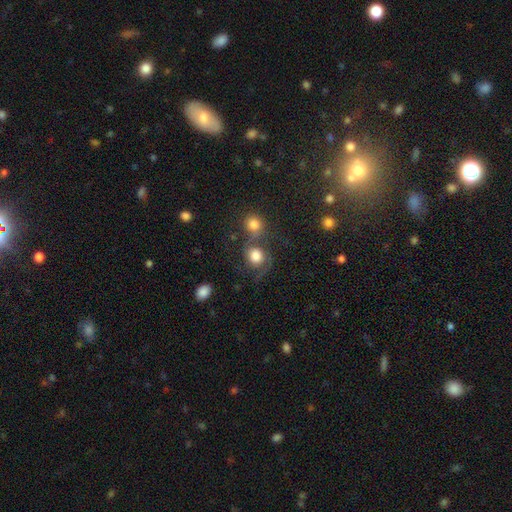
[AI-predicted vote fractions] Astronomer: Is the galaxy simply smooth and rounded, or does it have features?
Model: smooth — 68%.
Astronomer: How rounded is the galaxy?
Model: round — 77%.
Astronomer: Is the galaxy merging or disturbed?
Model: none — 42% (runner-up: merger, 30%).